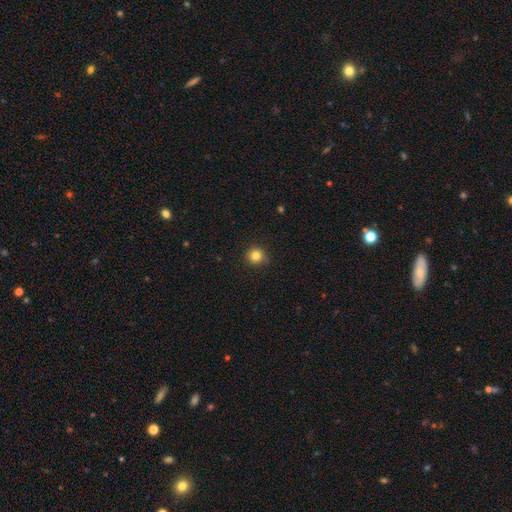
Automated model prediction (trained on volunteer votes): smooth 83%, star or artifact 12%, featured or disk 5%. Down the decision tree: how rounded — round (93%); merging — none (87%).